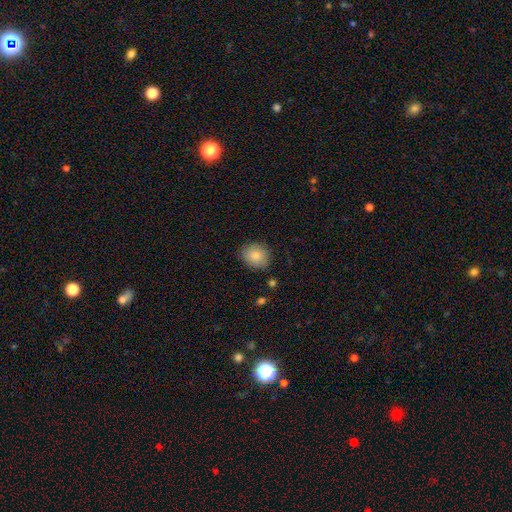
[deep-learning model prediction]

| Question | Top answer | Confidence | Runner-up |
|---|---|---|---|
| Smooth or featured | smooth | 84% | featured or disk (8%) |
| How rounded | round | 68% | in between (31%) |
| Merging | none | 83% | minor disturbance (13%) |